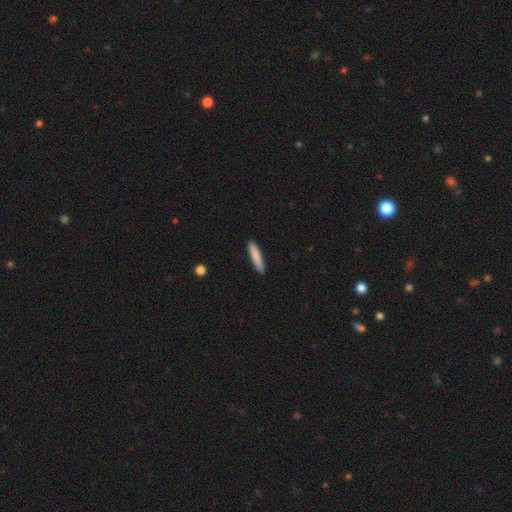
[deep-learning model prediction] Smooth or featured? smooth (85%)
How rounded? cigar-shaped (90%)
Merging? none (90%)